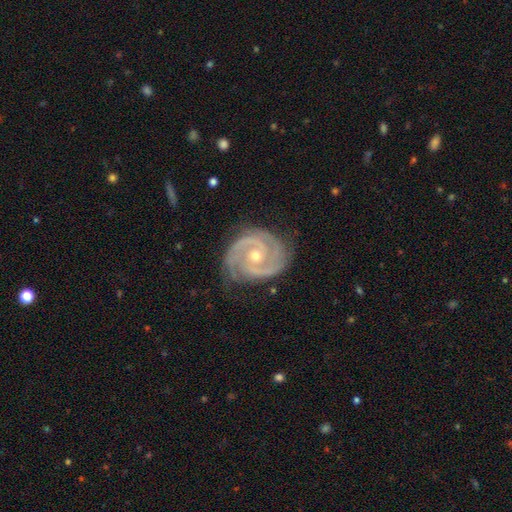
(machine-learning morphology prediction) Smooth or featured?
  - featured or disk: 93% *
  - star or artifact: 4%
  - smooth: 3%
Edge-on disk?
  - no: 98% *
  - yes: 2%
Bar?
  - no: 68% *
  - weak: 24%
  - strong: 8%
Spiral arms?
  - yes: 99% *
  - no: 1%
Spiral winding?
  - tight: 66% *
  - medium: 30%
  - loose: 4%
Spiral arm count?
  - 2: 52% *
  - 3: 31%
  - can't tell: 6%
  - 4: 5%
  - 1: 4%
  - more than 4: 4%
Bulge size?
  - small: 51% *
  - moderate: 46%
  - large: 1%
  - none: 1%
  - dominant: 1%
Merging?
  - none: 77% *
  - minor disturbance: 18%
  - major disturbance: 4%
  - merger: 1%